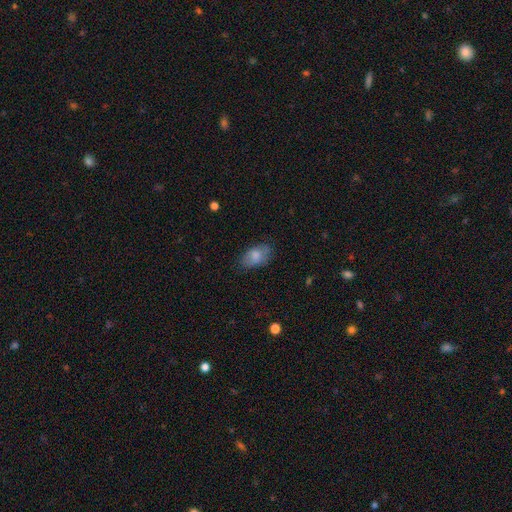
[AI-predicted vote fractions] Q: Smooth or featured?
A: smooth (77%); runner-up: featured or disk (16%)
Q: How rounded?
A: in between (92%); runner-up: round (6%)
Q: Merging?
A: none (74%); runner-up: minor disturbance (20%)